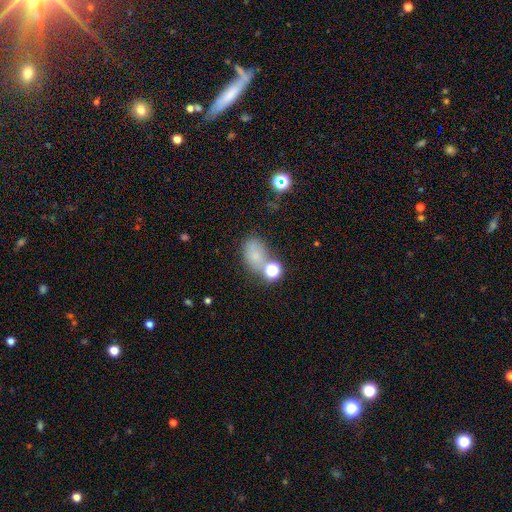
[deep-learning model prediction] Smooth or featured?
  - smooth: 71% *
  - star or artifact: 17%
  - featured or disk: 12%
How rounded?
  - in between: 75% *
  - round: 23%
  - cigar-shaped: 2%
Merging?
  - none: 53% *
  - merger: 21%
  - minor disturbance: 17%
  - major disturbance: 8%